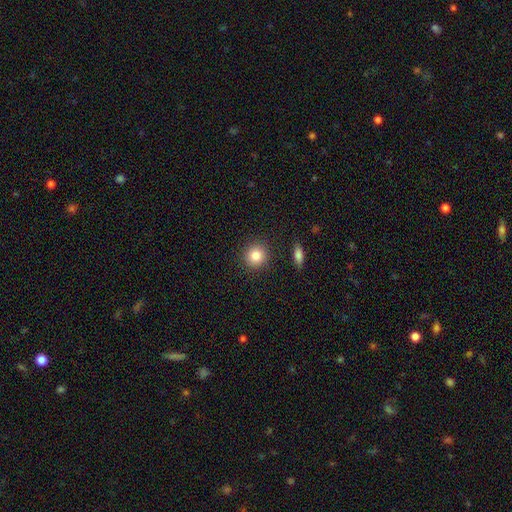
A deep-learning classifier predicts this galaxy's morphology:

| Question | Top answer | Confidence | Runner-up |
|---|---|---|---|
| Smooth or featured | smooth | 84% | star or artifact (10%) |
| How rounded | round | 90% | in between (9%) |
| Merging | none | 89% | minor disturbance (6%) |